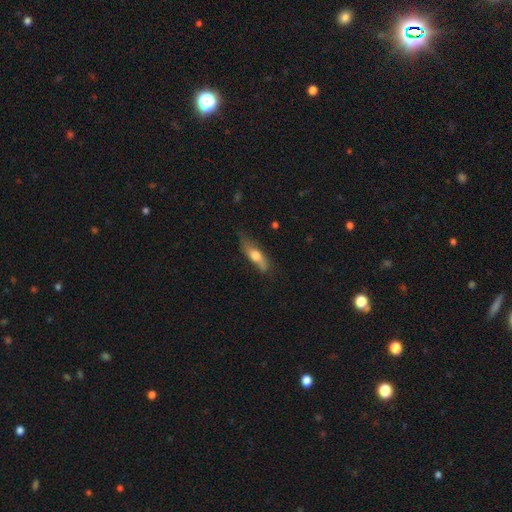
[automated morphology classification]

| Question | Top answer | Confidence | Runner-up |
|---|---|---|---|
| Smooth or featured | smooth | 54% | featured or disk (40%) |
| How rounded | cigar-shaped | 54% | in between (42%) |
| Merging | none | 56% | minor disturbance (31%) |